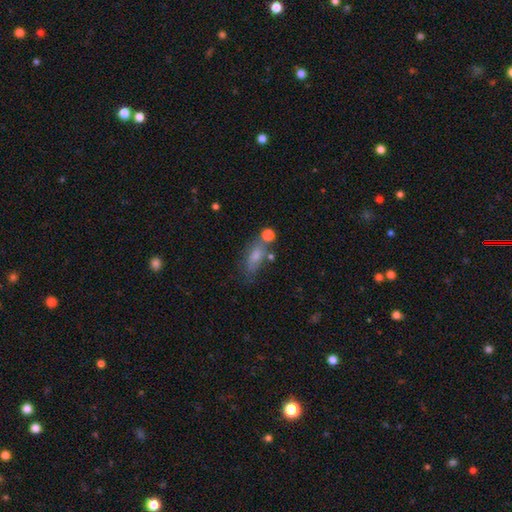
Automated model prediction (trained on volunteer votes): A smooth galaxy with no disk features (68%) that is in between round and cigar-shaped (68%). Merging: none (51%).